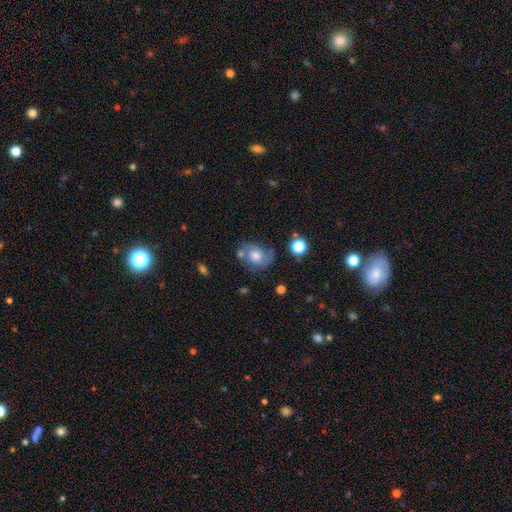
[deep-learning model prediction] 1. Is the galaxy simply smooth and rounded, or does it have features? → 46% featured or disk, 44% smooth, 10% star or artifact.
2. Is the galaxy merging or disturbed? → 51% none, 24% minor disturbance, 13% merger, 12% major disturbance.